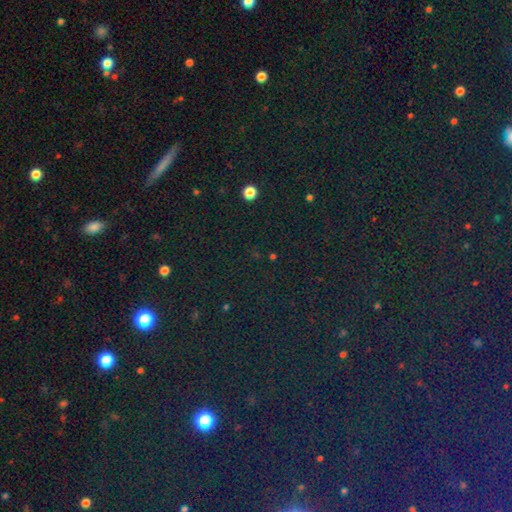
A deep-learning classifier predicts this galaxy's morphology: Smooth or featured? Predicted: star or artifact (p=0.79).